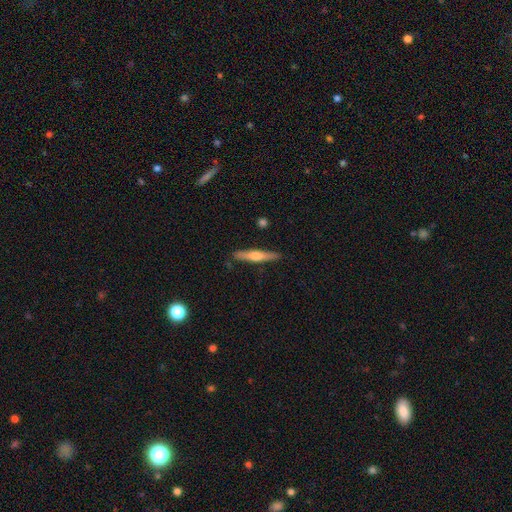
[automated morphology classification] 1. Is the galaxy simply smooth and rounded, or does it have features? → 60% featured or disk, 34% smooth, 6% star or artifact.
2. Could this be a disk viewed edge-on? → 97% yes, 3% no.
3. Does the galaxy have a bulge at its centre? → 85% rounded, 8% boxy, 7% none.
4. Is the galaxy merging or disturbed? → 89% none, 8% minor disturbance, 2% major disturbance, 1% merger.